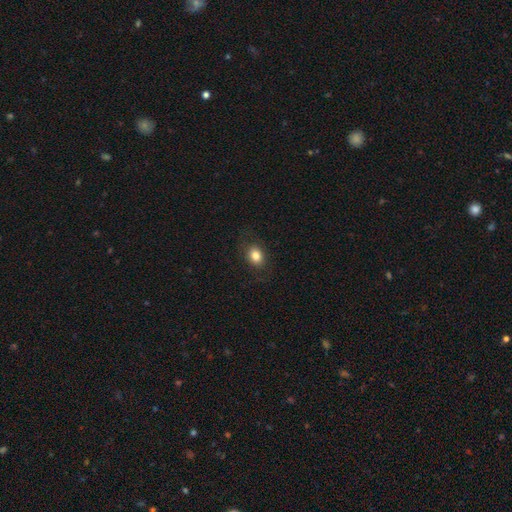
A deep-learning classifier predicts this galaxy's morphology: Q: Smooth or featured?
A: smooth (81%); runner-up: featured or disk (10%)
Q: How rounded?
A: in between (60%); runner-up: round (39%)
Q: Merging?
A: none (81%); runner-up: minor disturbance (13%)